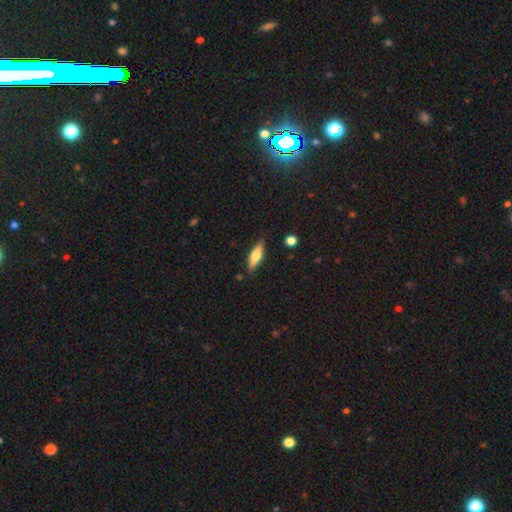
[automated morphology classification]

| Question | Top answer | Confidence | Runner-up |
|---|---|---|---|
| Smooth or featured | smooth | 53% | featured or disk (41%) |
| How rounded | cigar-shaped | 56% | in between (41%) |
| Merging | none | 85% | minor disturbance (11%) |